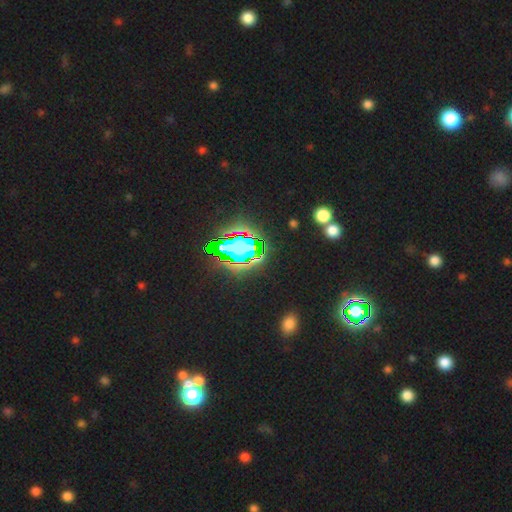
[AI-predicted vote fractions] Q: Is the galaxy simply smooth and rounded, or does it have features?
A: star or artifact — 72%.